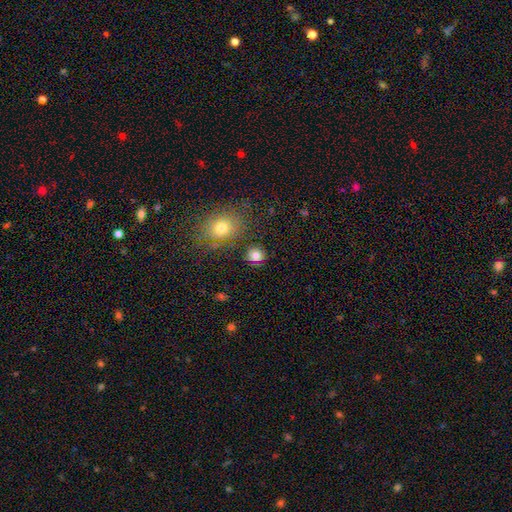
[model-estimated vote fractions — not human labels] smooth 80%, star or artifact 13%, featured or disk 7%. Down the decision tree: how rounded — round (89%); merging — none (84%).